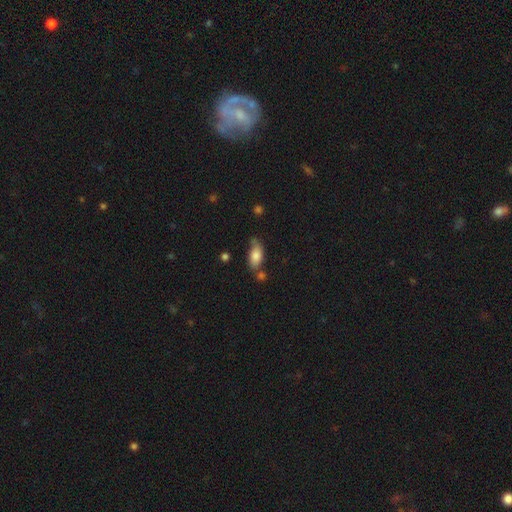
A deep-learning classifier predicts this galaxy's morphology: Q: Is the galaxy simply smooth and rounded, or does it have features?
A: smooth — 76%.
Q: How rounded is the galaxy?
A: in between — 87%.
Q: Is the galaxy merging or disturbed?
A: none — 51%.